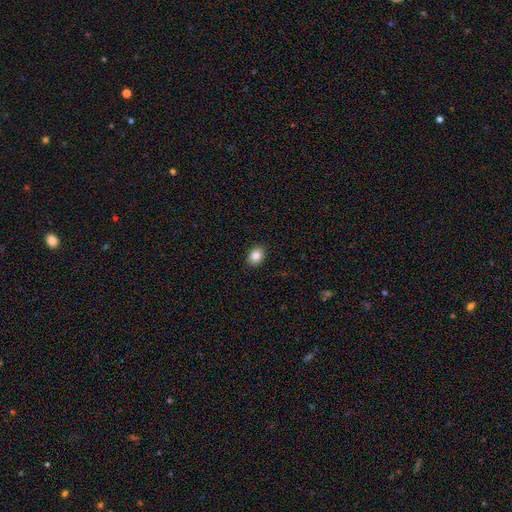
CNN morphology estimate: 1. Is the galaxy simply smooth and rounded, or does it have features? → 85% smooth, 9% star or artifact, 6% featured or disk.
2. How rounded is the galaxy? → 61% in between, 39% round, 1% cigar-shaped.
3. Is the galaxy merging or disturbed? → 90% none, 7% minor disturbance, 2% major disturbance, 1% merger.